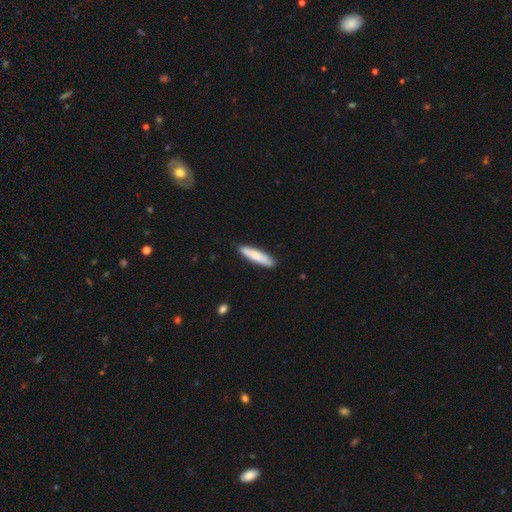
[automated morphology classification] This appears to be a smooth galaxy with no disk features (80%) that is cigar-shaped (81%). Merging: none (87%).